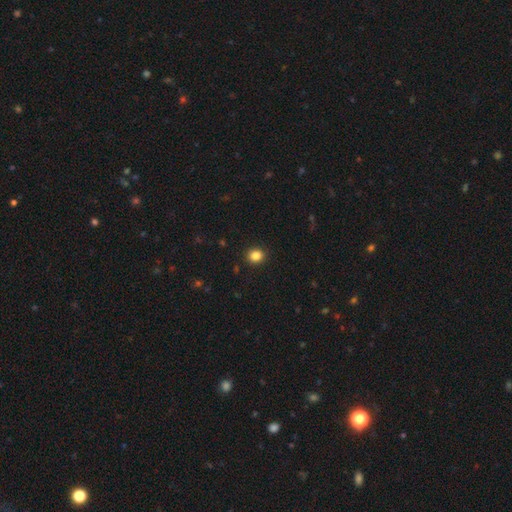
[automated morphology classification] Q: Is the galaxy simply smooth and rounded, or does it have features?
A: smooth — 85%.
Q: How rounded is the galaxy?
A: round — 73%.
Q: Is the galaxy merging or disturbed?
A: none — 91%.